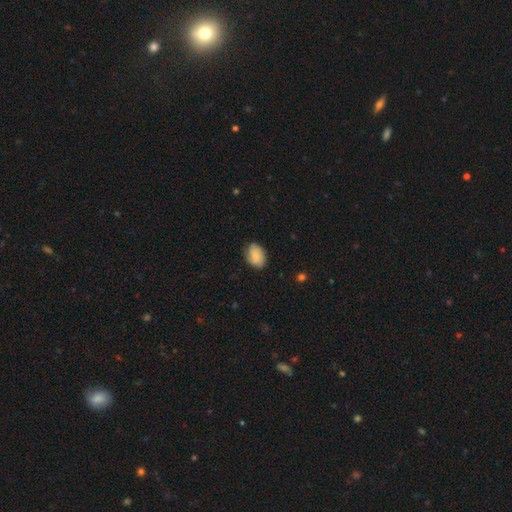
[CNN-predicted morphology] type=smooth (63%); roundness=in between (77%); merging=none (75%).